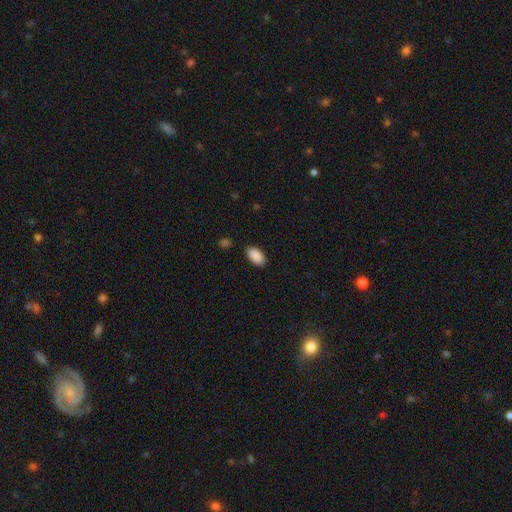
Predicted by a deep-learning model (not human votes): smooth 91%, star or artifact 7%, featured or disk 3%. Down the decision tree: how rounded — in between (95%); merging — none (86%).